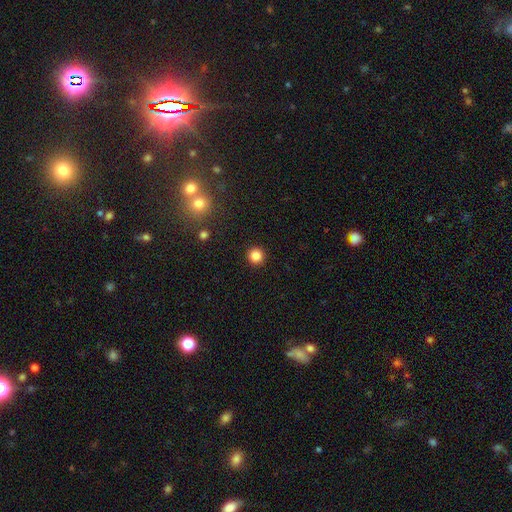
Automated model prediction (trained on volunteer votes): Smooth or featured: smooth — 85% (star or artifact — 12%)
How rounded: round — 95% (in between — 4%)
Merging: none — 92% (minor disturbance — 4%)